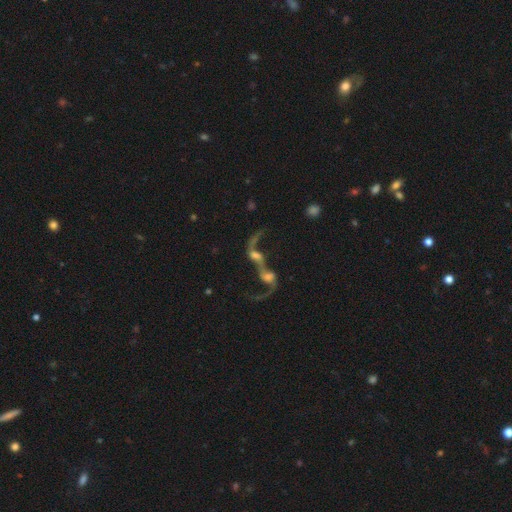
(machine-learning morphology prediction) featured or disk 66%, smooth 21%, star or artifact 14%. Down the decision tree: edge-on disk — no (93%); bar — no (64%); spiral arms — yes (70%); bulge size — moderate (35%); merging — merger (77%).